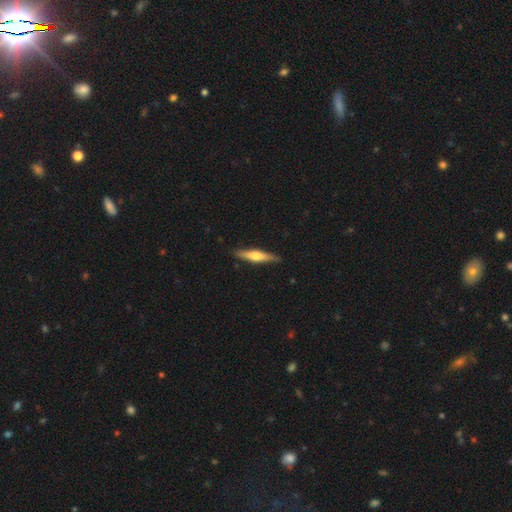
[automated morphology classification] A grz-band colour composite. It shows a featured or disk galaxy (53%) viewed edge-on (95%). Merging: none (88%).